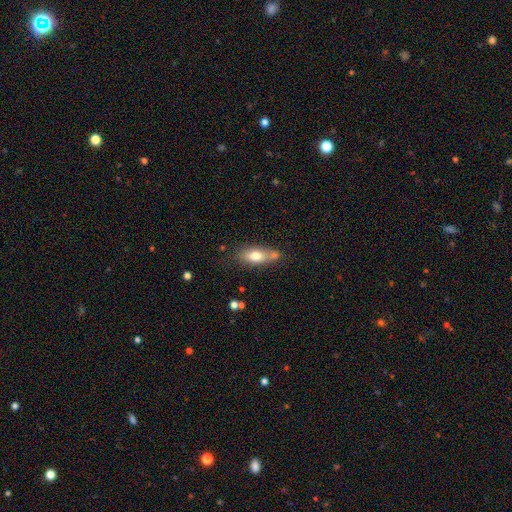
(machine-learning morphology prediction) Smooth or featured? Predicted: smooth (p=0.71). How rounded? Predicted: in between (p=0.77). Merging? Predicted: none (p=0.54).